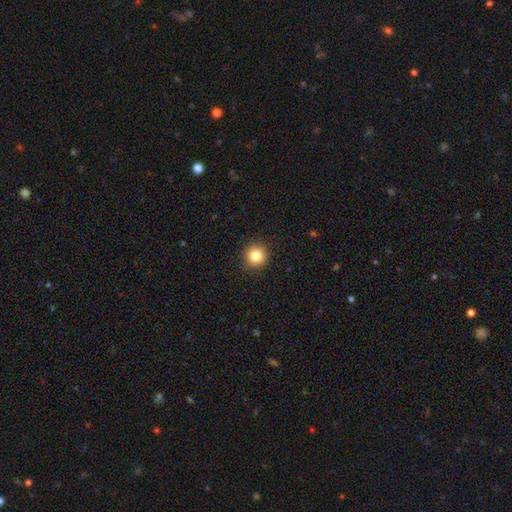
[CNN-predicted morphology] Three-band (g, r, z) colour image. It shows a smooth galaxy with no disk features (83%) that is round (94%). Merging: none (91%).